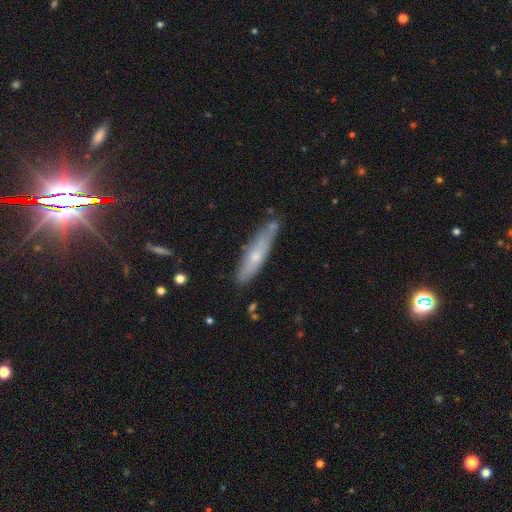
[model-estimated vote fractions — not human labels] Smooth or featured?
  - smooth: 56% *
  - featured or disk: 38%
  - star or artifact: 7%
How rounded?
  - cigar-shaped: 82% *
  - in between: 16%
  - round: 2%
Merging?
  - none: 71% *
  - minor disturbance: 20%
  - merger: 5%
  - major disturbance: 4%